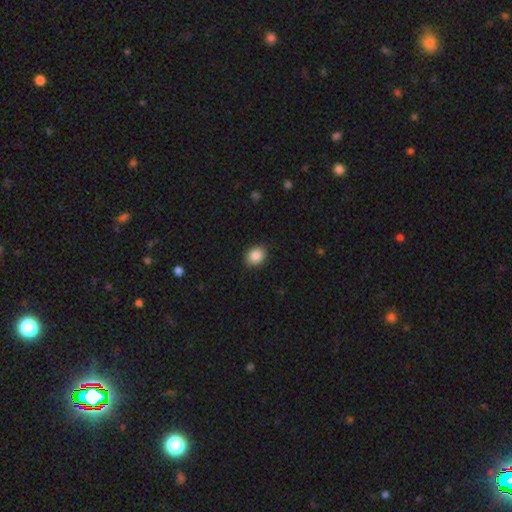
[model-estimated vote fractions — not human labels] This appears to be a smooth galaxy with no disk features (87%) that is round (56%). Merging: none (88%).